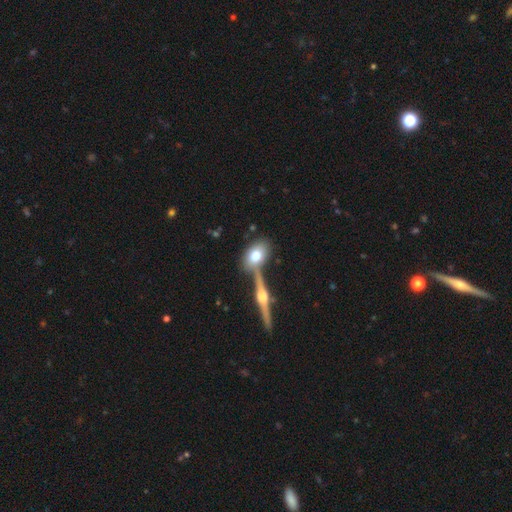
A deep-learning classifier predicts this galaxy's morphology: This is likely a smooth galaxy (67%). How rounded: likely in between (76%). Merging: possibly none (55%).